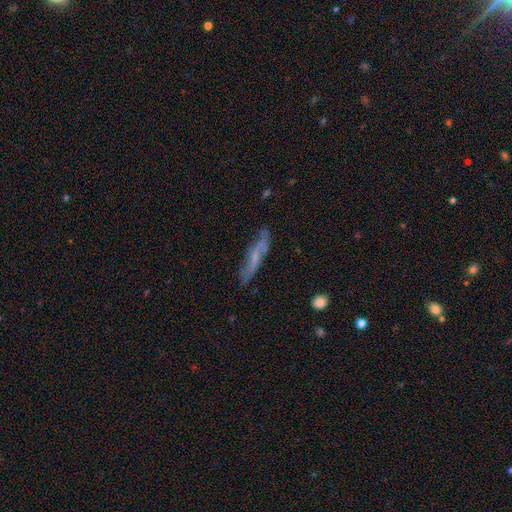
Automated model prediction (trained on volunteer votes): Overall: featured or disk (55%; smooth 37%). Edge-on disk: yes (54%; no 46%). Merging: none (74%).